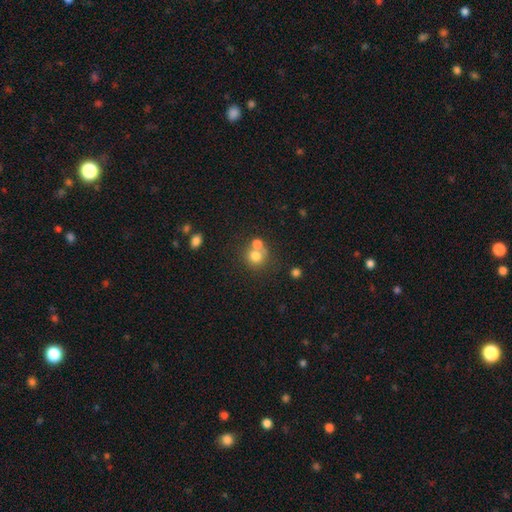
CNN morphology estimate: Smooth or featured? smooth (74%)
How rounded? round (85%)
Merging? none (49%)